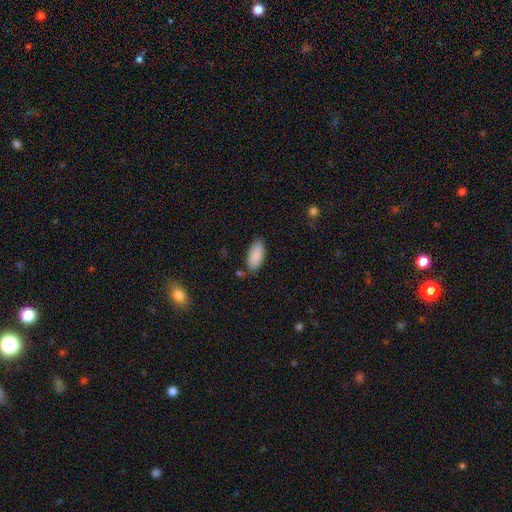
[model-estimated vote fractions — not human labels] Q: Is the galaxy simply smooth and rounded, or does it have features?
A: smooth — 89%.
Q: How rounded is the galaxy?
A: in between — 90%.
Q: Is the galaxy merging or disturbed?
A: none — 80%.